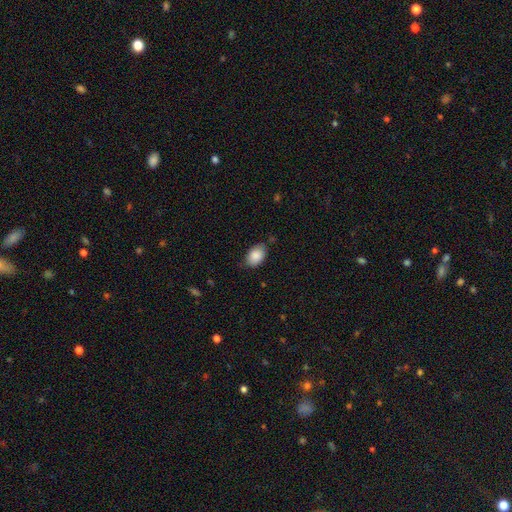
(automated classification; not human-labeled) Morphology: type=smooth (88%); roundness=in between (88%); merging=none (75%).